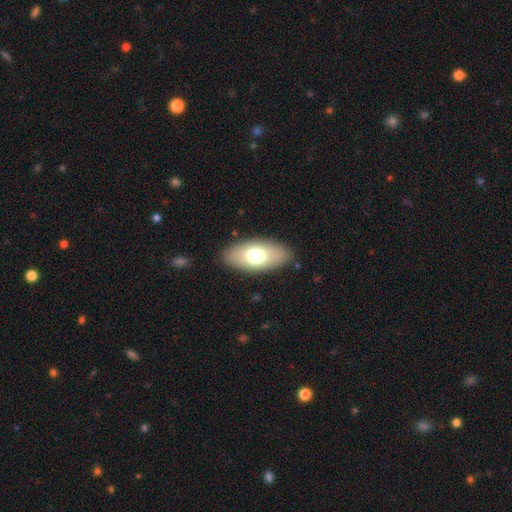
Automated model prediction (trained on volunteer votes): smooth-or-featured: smooth: 69% | featured or disk: 24% | star or artifact: 7%
  how-rounded: in between: 91% | cigar-shaped: 5% | round: 4%
  merging: none: 86% | minor disturbance: 10% | major disturbance: 3% | merger: 1%